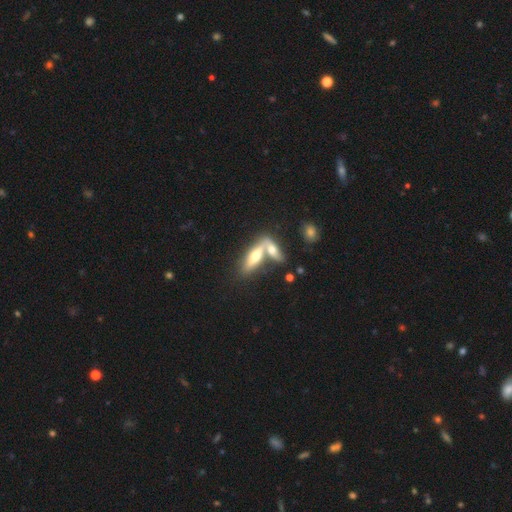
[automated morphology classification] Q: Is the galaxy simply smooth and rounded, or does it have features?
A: smooth — 50%.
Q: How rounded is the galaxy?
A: cigar-shaped — 51%.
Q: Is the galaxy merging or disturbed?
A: merger — 55%.